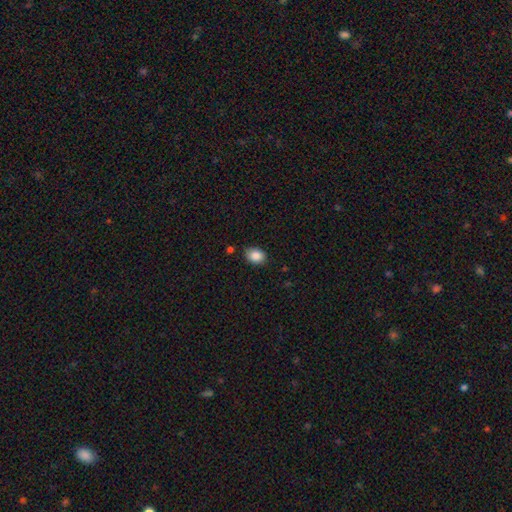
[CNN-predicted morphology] Overall: smooth (87%). How rounded: in between (71%). Merging: none (83%).